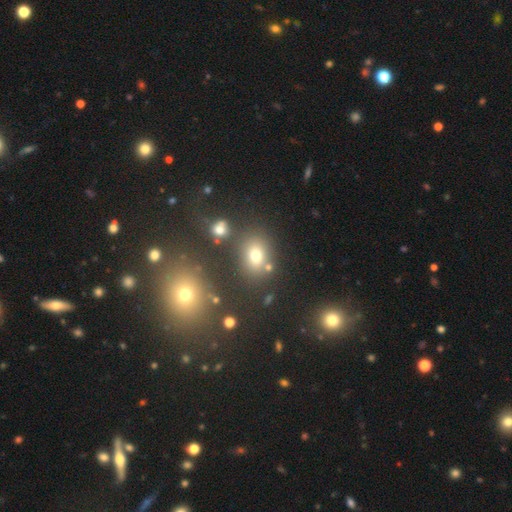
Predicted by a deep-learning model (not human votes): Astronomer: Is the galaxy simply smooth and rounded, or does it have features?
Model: smooth — 69%.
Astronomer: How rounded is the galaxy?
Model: round — 50% (runner-up: in between, 48%).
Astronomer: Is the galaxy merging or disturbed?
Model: none — 71%.